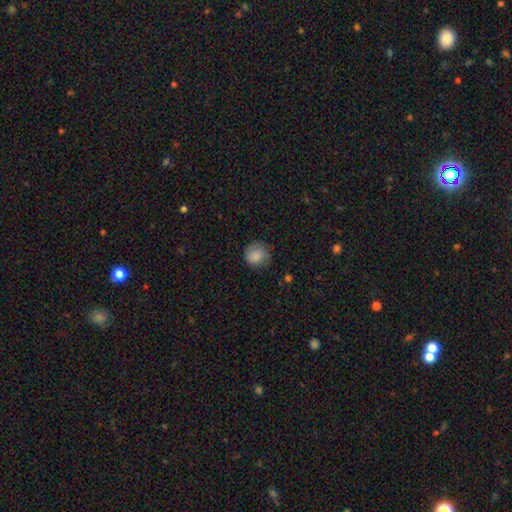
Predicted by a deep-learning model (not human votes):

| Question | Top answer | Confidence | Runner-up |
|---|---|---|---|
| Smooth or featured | smooth | 83% | featured or disk (8%) |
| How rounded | round | 84% | in between (16%) |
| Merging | none | 70% | minor disturbance (22%) |